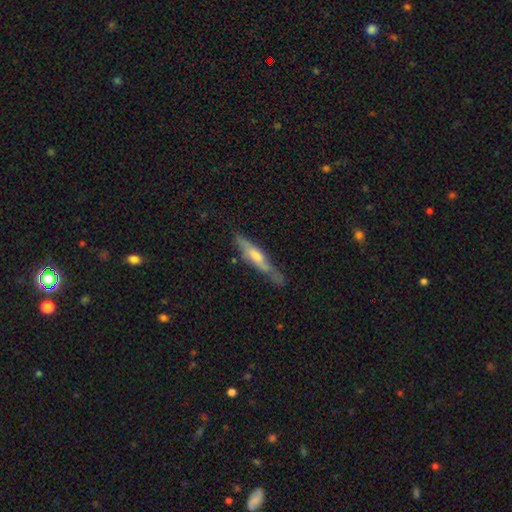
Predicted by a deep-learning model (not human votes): The model was most divided on "smooth or featured": featured or disk: 57%, smooth: 37%, star or artifact: 6%. More confident: edge-on disk — yes (87%); merging — none (68%).